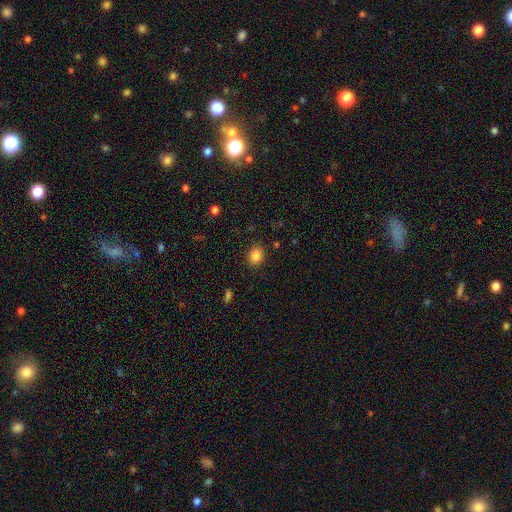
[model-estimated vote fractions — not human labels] The model was most divided on "how rounded": in between: 55%, round: 44%, cigar-shaped: 1%. More confident: merging — none (87%); smooth or featured — smooth (85%).